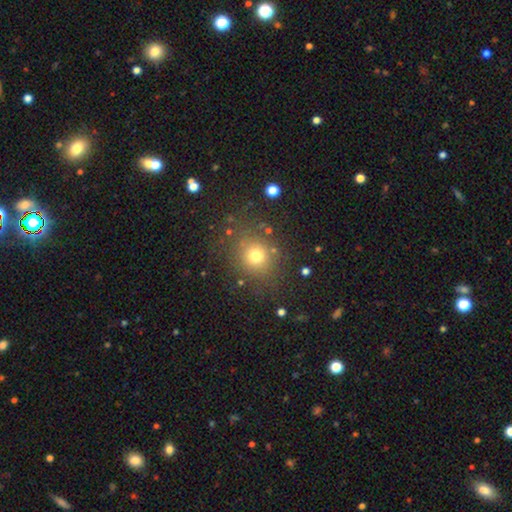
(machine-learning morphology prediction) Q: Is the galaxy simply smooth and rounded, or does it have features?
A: smooth — 72%.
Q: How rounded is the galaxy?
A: round — 82%.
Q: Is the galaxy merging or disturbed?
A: none — 80%.